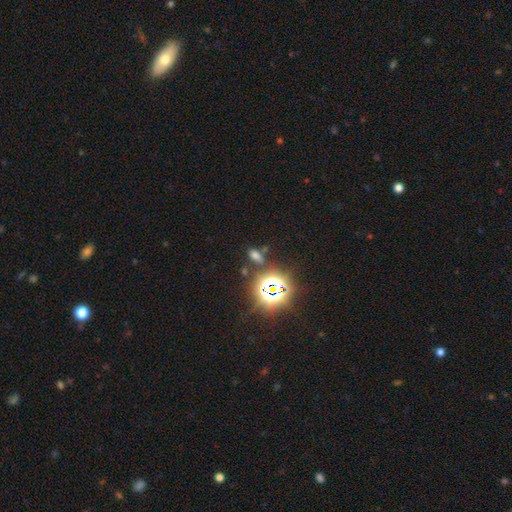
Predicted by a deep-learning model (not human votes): smooth-or-featured: smooth: 52% | star or artifact: 39% | featured or disk: 9%
  how-rounded: in between: 74% | round: 15% | cigar-shaped: 11%
  merging: none: 72% | minor disturbance: 12% | merger: 10% | major disturbance: 5%